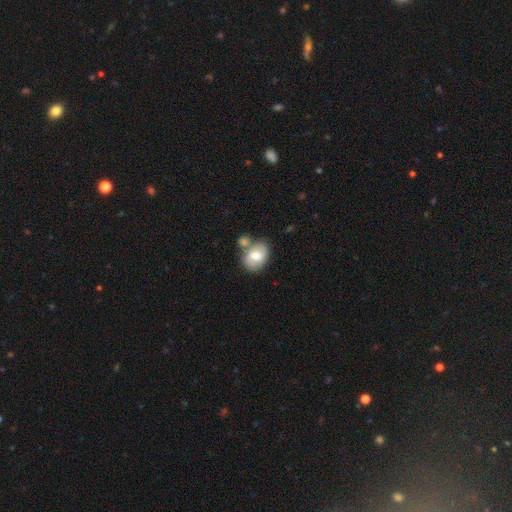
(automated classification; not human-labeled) The model was most divided on "merging": none: 48%, merger: 31%, minor disturbance: 16%, major disturbance: 5%. More confident: how rounded — in between (69%); smooth or featured — smooth (63%).